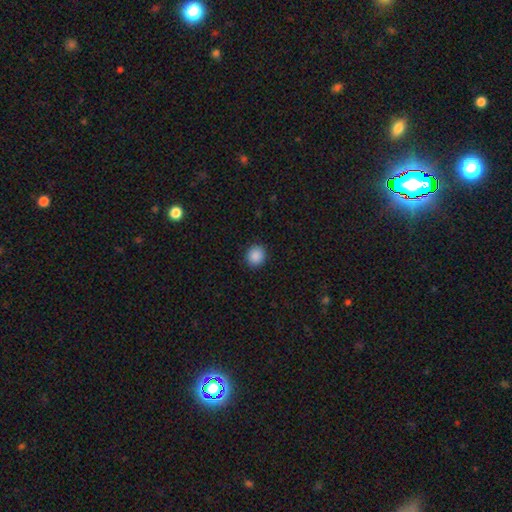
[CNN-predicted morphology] smooth 89%, star or artifact 9%, featured or disk 2%. Down the decision tree: how rounded — round (84%); merging — none (91%).